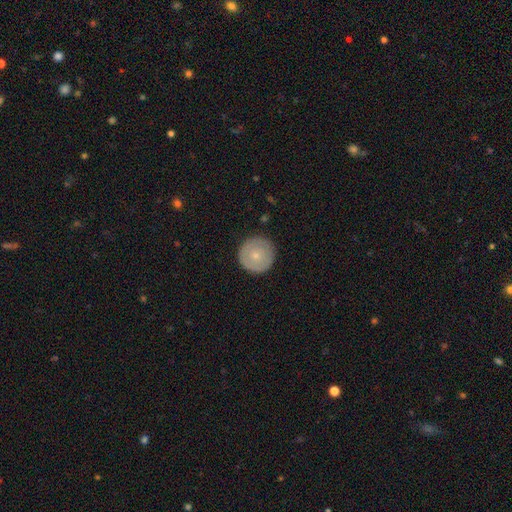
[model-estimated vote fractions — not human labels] A smooth galaxy with no disk features (64%) that is round (96%).

Vote fractions:
- Smooth or featured? smooth: 64% / featured or disk: 29% / star or artifact: 6%
- How rounded? round: 96% / in between: 3% / cigar-shaped: 1%
- Merging? none: 89% / minor disturbance: 8% / major disturbance: 2% / merger: 1%